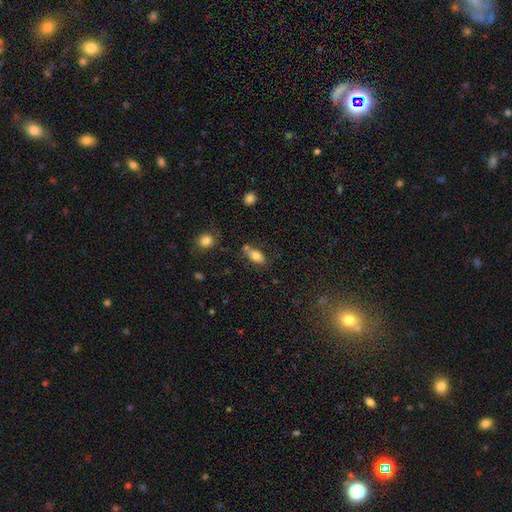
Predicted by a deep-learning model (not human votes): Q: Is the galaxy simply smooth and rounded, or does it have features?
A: smooth — 79%.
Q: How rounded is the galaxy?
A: in between — 88%.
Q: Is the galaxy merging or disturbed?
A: none — 58%.